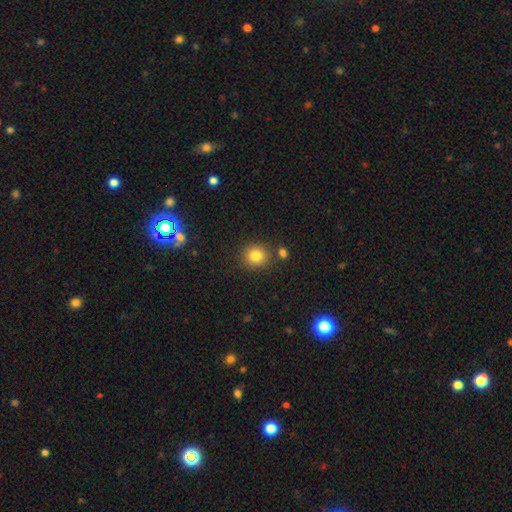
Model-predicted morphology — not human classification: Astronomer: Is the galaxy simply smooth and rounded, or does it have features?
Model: smooth — 82%.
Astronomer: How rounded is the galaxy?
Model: round — 83%.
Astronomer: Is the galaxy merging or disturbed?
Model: none — 81%.